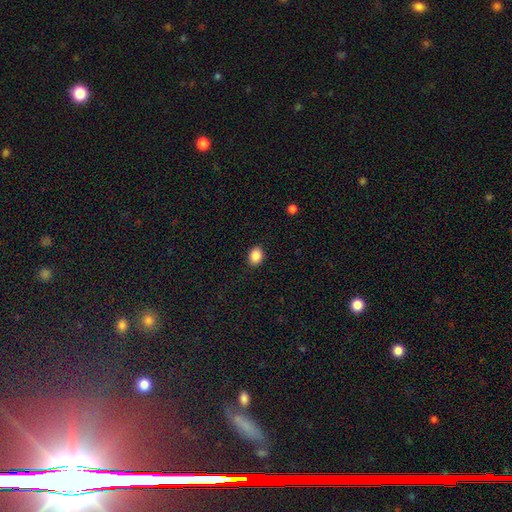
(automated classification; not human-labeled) Smooth or featured? smooth (87%)
How rounded? in between (61%)
Merging? none (89%)